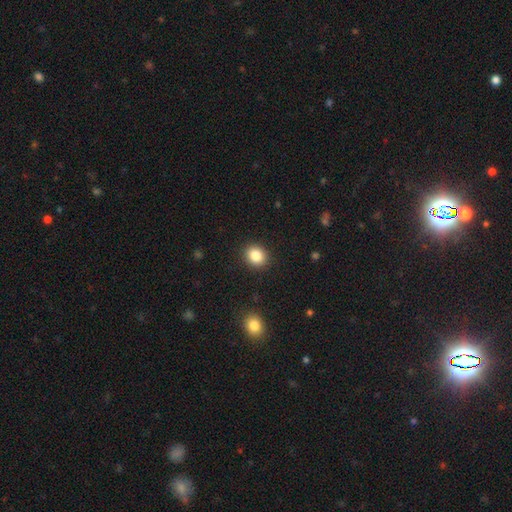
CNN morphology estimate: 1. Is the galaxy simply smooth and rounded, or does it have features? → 85% smooth, 10% star or artifact, 5% featured or disk.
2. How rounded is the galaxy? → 69% round, 30% in between, 1% cigar-shaped.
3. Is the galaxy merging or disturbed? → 90% none, 6% minor disturbance, 2% major disturbance, 1% merger.